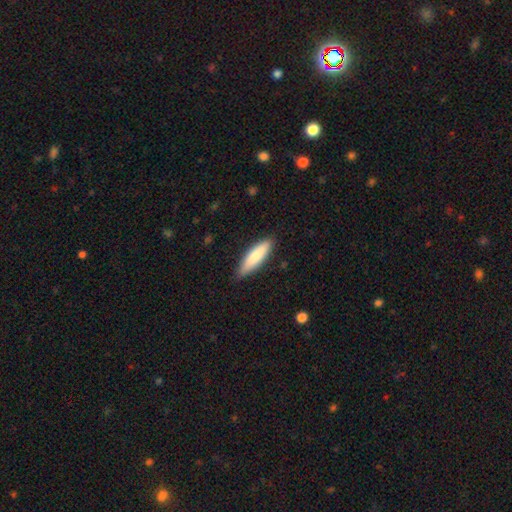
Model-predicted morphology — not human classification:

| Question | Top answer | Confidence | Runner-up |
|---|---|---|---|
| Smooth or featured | smooth | 82% | featured or disk (13%) |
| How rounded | cigar-shaped | 62% | in between (37%) |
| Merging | none | 83% | minor disturbance (13%) |